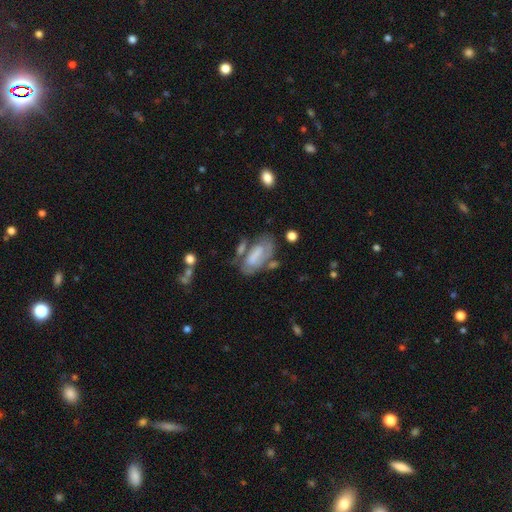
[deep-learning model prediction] smooth_or_featured: smooth (p=0.47) [alt: featured or disk p=0.45]
merging: none (p=0.42) [alt: minor disturbance p=0.24]